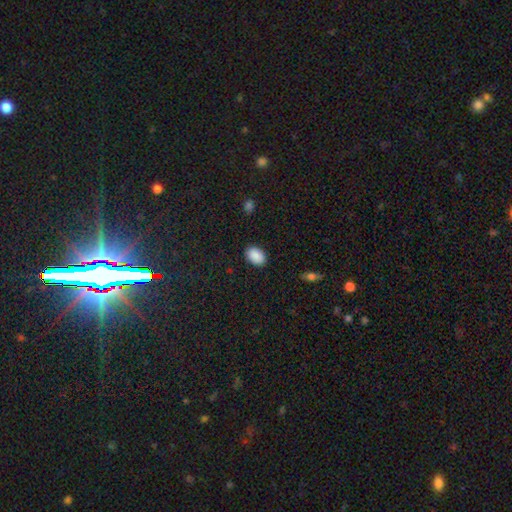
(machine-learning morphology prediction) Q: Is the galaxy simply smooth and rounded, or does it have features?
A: smooth — 90%.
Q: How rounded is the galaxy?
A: in between — 86%.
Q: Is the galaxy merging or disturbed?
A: none — 89%.